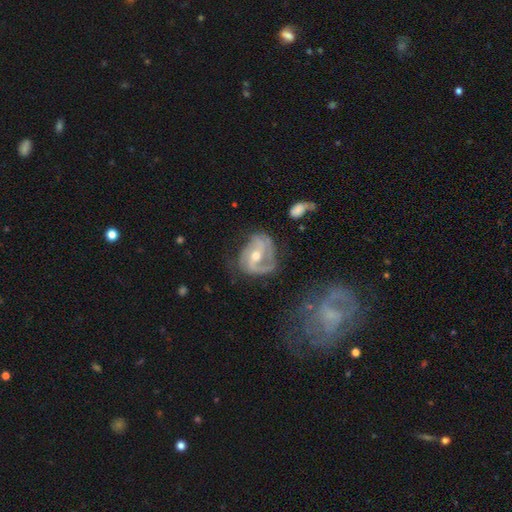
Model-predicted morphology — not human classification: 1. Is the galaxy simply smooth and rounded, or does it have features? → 86% featured or disk, 9% smooth, 6% star or artifact.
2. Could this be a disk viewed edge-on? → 97% no, 3% yes.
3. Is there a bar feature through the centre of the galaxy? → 40% weak, 33% no, 27% strong.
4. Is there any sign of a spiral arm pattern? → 94% yes, 6% no.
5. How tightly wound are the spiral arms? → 46% medium, 30% tight, 23% loose.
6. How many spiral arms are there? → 57% 2, 18% 3, 12% can't tell, 8% 1, 3% 4, 2% more than 4.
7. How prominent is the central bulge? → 58% moderate, 39% small, 2% large, 1% none, 1% dominant.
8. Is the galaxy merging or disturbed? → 55% none, 26% minor disturbance, 17% major disturbance, 3% merger.